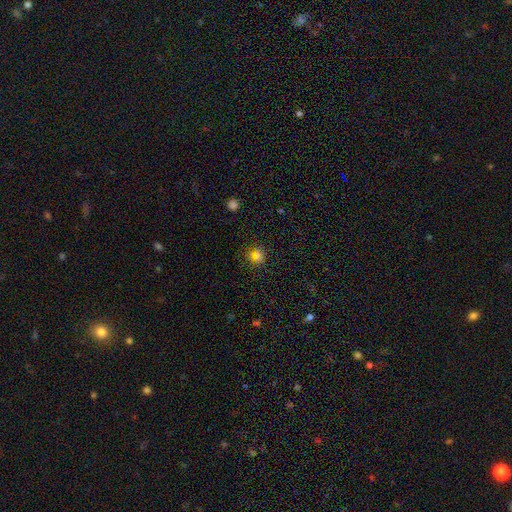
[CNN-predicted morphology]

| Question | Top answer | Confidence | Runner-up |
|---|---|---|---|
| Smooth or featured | smooth | 62% | star or artifact (29%) |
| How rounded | round | 88% | in between (11%) |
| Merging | none | 82% | minor disturbance (9%) |